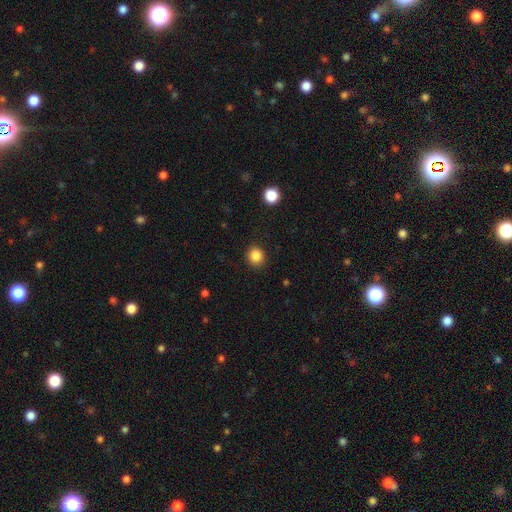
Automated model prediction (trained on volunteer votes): Overall: smooth (86%). How rounded: round (89%). Merging: none (91%).